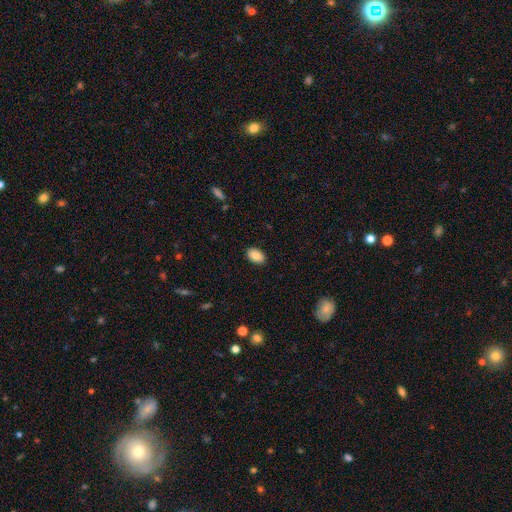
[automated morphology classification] A smooth galaxy with no disk features (88%) that is in between round and cigar-shaped (91%).

Vote fractions:
- Smooth or featured? smooth: 88% / star or artifact: 7% / featured or disk: 5%
- How rounded? in between: 91% / round: 8% / cigar-shaped: 1%
- Merging? none: 89% / minor disturbance: 8% / major disturbance: 2% / merger: 1%